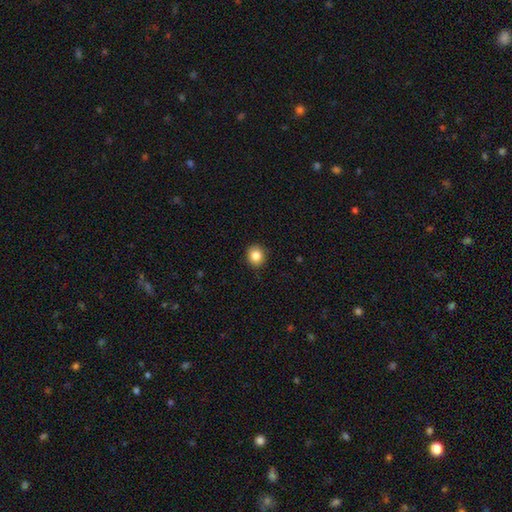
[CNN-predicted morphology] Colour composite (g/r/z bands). It shows a smooth galaxy with no disk features (84%) that is round (82%). Merging: none (90%).